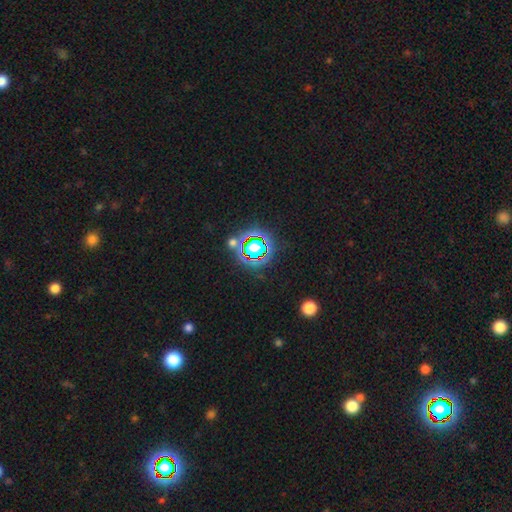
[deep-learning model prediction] Q: Smooth or featured?
A: star or artifact (79%); runner-up: smooth (14%)